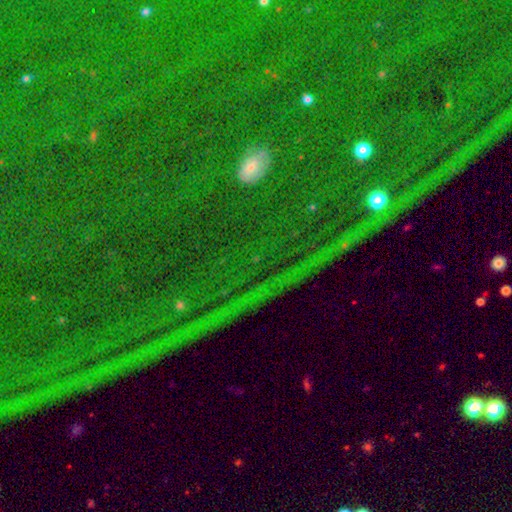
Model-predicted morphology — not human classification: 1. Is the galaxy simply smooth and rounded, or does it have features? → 66% star or artifact, 24% smooth, 10% featured or disk.